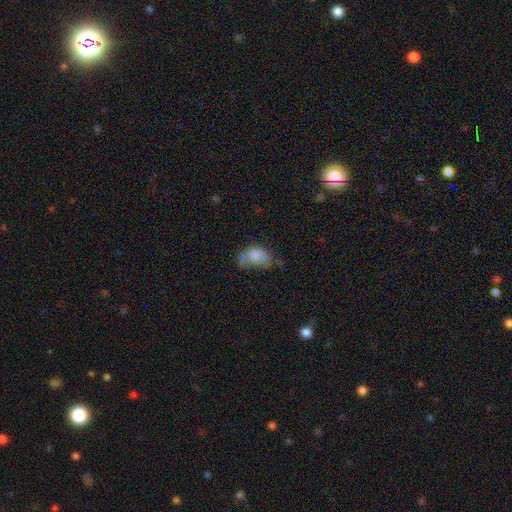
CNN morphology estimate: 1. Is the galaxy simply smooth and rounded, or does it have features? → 71% smooth, 19% featured or disk, 9% star or artifact.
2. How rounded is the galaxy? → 86% in between, 12% round, 2% cigar-shaped.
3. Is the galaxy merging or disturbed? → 35% major disturbance, 32% minor disturbance, 28% none, 5% merger.